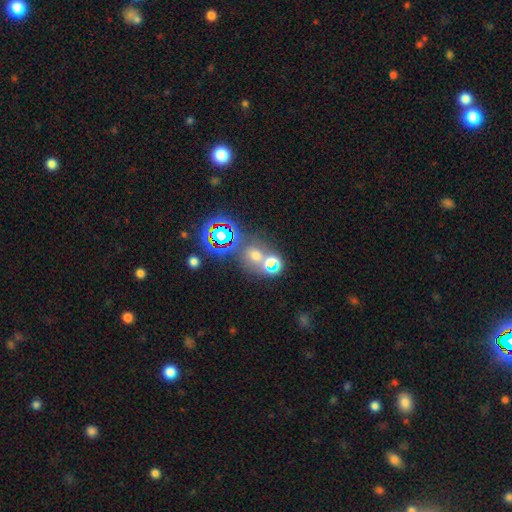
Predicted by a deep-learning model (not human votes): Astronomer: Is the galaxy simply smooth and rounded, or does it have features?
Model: smooth — 49% (runner-up: star or artifact, 38%).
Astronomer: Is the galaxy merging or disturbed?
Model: none — 54% (runner-up: merger, 31%).